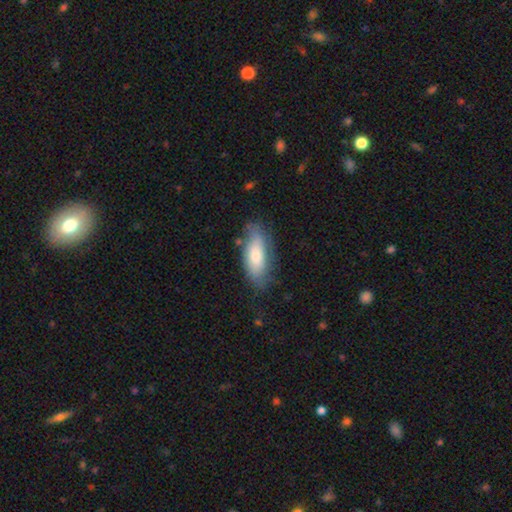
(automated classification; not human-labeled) Morphology: type=smooth (67%); roundness=in between (78%); merging=none (66%).